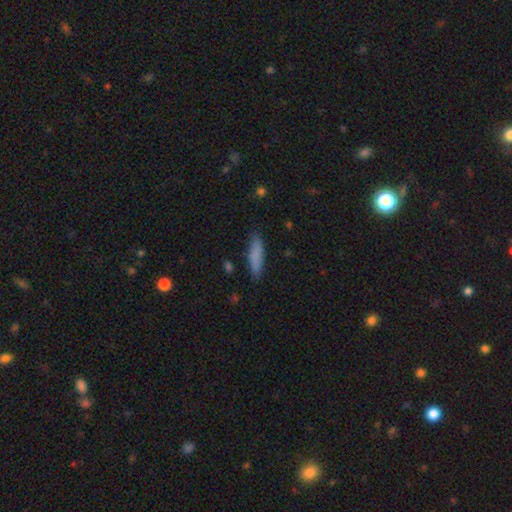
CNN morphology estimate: A smooth galaxy with no disk features (83%) that is cigar-shaped (77%). Merging: none (84%).